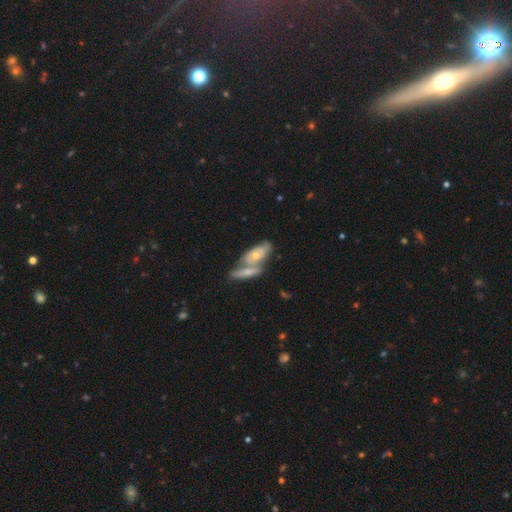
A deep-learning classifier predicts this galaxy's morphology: smooth_or_featured: featured or disk (p=0.50) [alt: smooth p=0.43]
disk_edge_on: no (p=0.74) [alt: yes p=0.26]
merging: merger (p=0.51) [alt: none p=0.35]